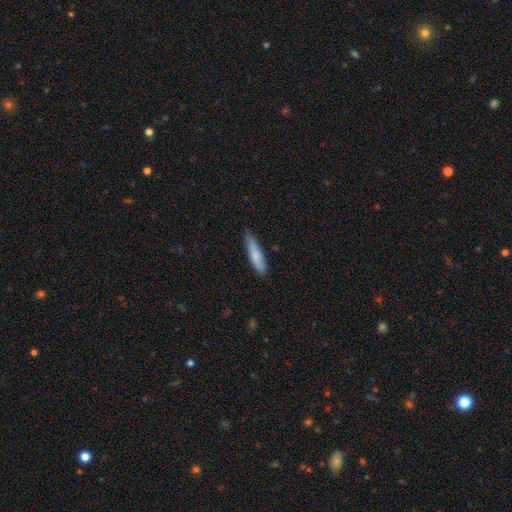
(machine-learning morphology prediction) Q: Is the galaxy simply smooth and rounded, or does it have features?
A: smooth — 79%.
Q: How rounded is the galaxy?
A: cigar-shaped — 80%.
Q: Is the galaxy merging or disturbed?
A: none — 77%.